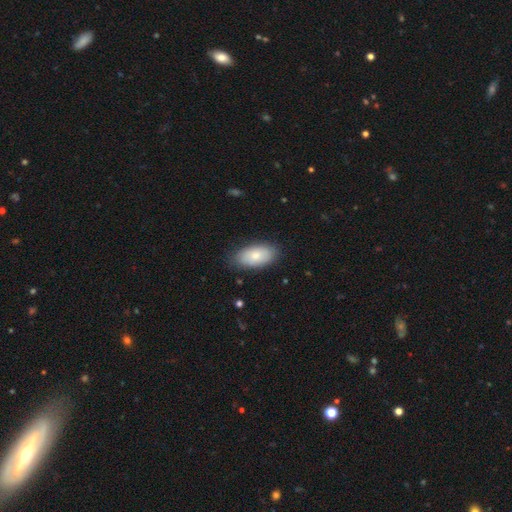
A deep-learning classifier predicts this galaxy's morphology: smooth_or_featured: smooth (p=0.77) [alt: featured or disk p=0.17]
how_rounded: in between (p=0.94) [alt: cigar-shaped p=0.03]
merging: none (p=0.81) [alt: minor disturbance p=0.15]